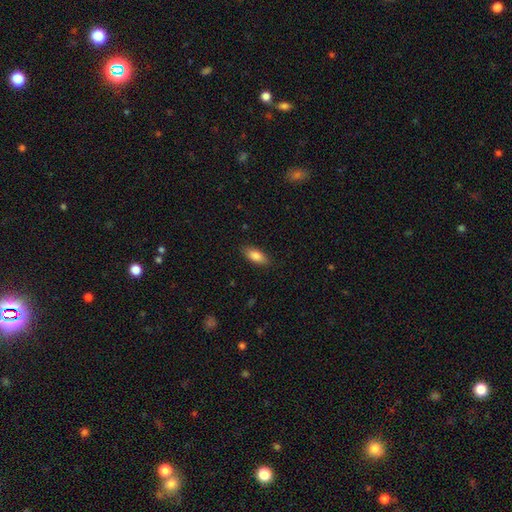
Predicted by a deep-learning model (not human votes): This is clearly a smooth galaxy (83%). How rounded: clearly in between (84%). Merging: clearly none (86%).